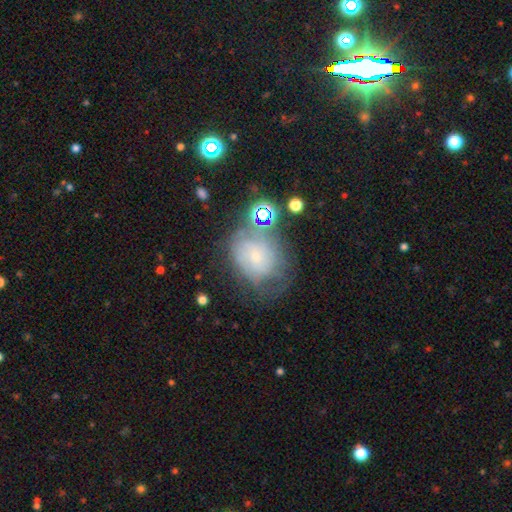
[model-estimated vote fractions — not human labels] The model was most divided on "merging": none: 42%, minor disturbance: 25%, major disturbance: 24%, merger: 8%. More confident: edge-on disk — no (97%); bulge size — small (79%); bar — no (78%); spiral arms — yes (70%); smooth or featured — featured or disk (53%).